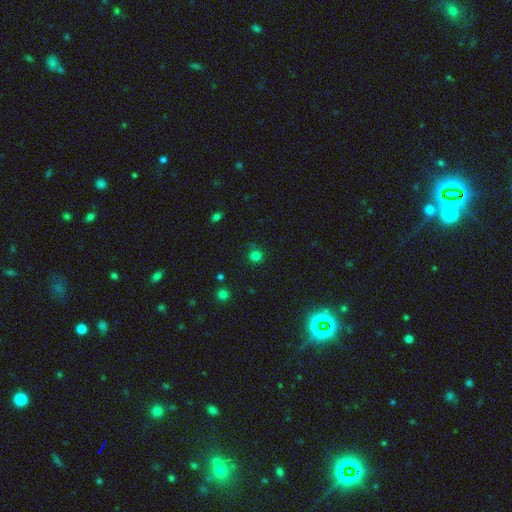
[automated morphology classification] smooth_or_featured: smooth (p=0.76) [alt: star or artifact p=0.19]
how_rounded: round (p=0.91) [alt: in between p=0.08]
merging: none (p=0.80) [alt: minor disturbance p=0.13]